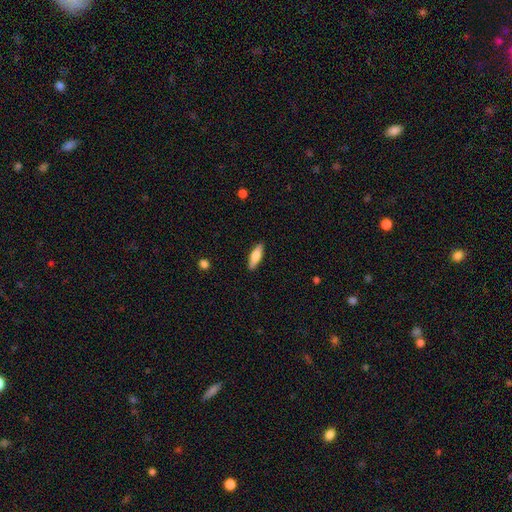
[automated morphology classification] smooth_or_featured: smooth (p=0.67) [alt: featured or disk p=0.27]
how_rounded: cigar-shaped (p=0.51) [alt: in between p=0.47]
merging: none (p=0.89) [alt: minor disturbance p=0.08]